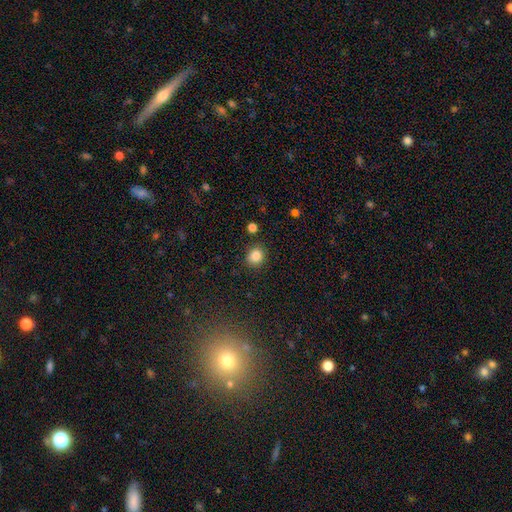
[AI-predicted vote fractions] Q: Smooth or featured?
A: smooth (84%); runner-up: star or artifact (11%)
Q: How rounded?
A: round (76%); runner-up: in between (23%)
Q: Merging?
A: none (85%); runner-up: minor disturbance (9%)